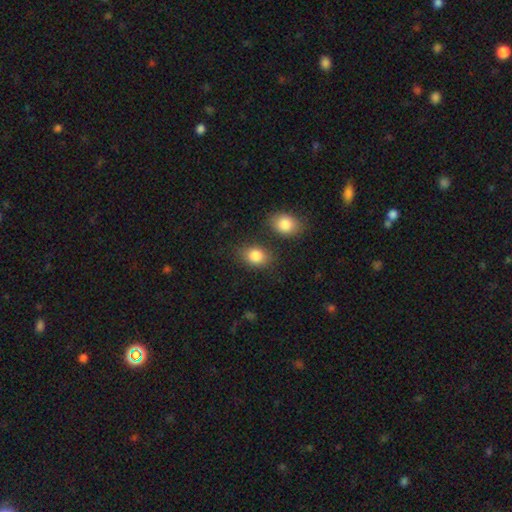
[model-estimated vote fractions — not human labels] Q: Smooth or featured?
A: smooth (85%); runner-up: star or artifact (9%)
Q: How rounded?
A: in between (68%); runner-up: round (30%)
Q: Merging?
A: none (73%); runner-up: minor disturbance (13%)